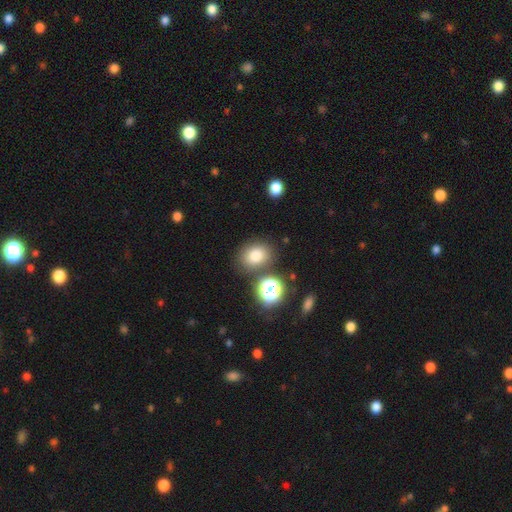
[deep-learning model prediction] Q: Smooth or featured?
A: smooth (79%); runner-up: star or artifact (14%)
Q: How rounded?
A: in between (53%); runner-up: round (46%)
Q: Merging?
A: none (77%); runner-up: minor disturbance (12%)